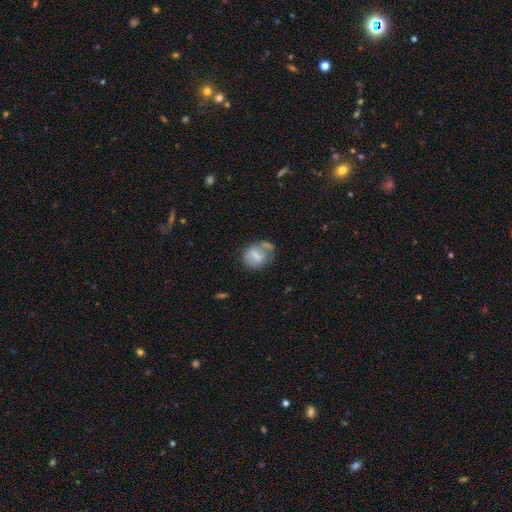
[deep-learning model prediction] Overall: smooth (62%; featured or disk 30%). How rounded: round (55%; in between 44%). Merging: none (39%; minor disturbance 26%).